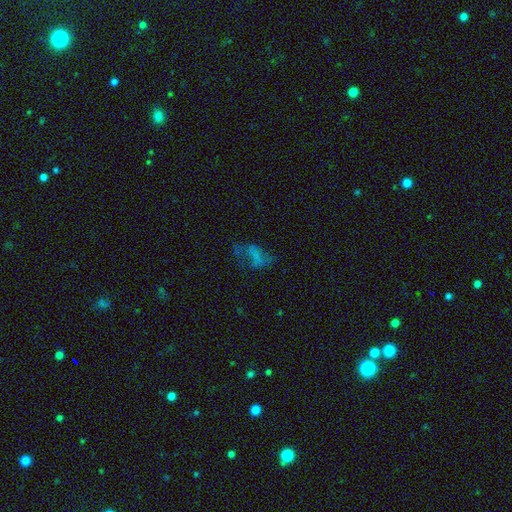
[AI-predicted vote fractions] This is marginally a smooth galaxy (41%). Merging: marginally major disturbance (38%).